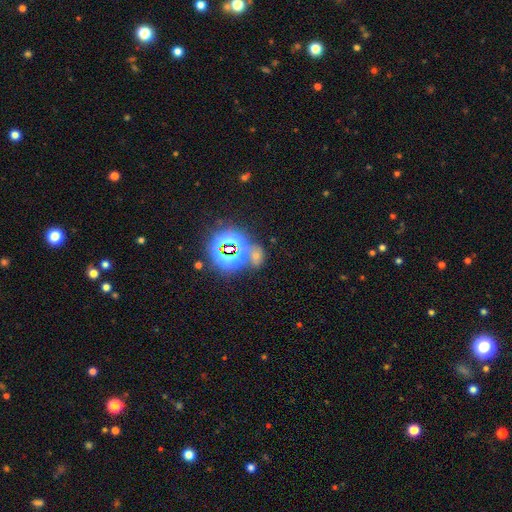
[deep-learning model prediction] Overall: star or artifact (54%; smooth 37%).